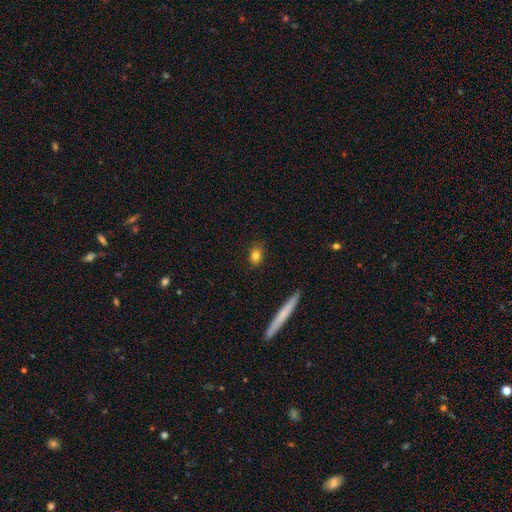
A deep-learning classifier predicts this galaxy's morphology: smooth-or-featured: smooth: 80% | star or artifact: 10% | featured or disk: 10%
  how-rounded: in between: 62% | round: 33% | cigar-shaped: 5%
  merging: none: 85% | minor disturbance: 11% | major disturbance: 2% | merger: 1%